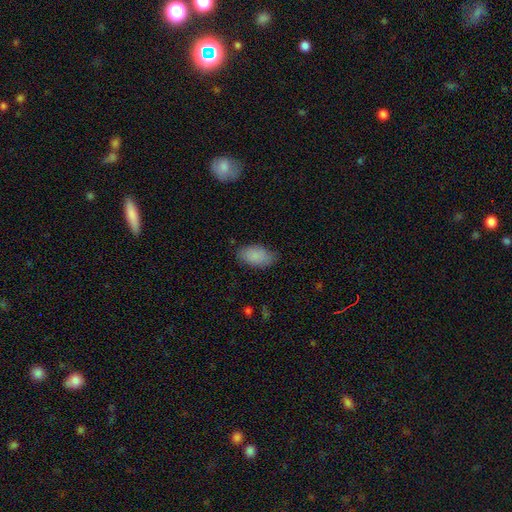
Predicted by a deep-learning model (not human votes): Smooth or featured: smooth — 86% (star or artifact — 7%)
How rounded: in between — 93% (round — 4%)
Merging: none — 76% (minor disturbance — 19%)